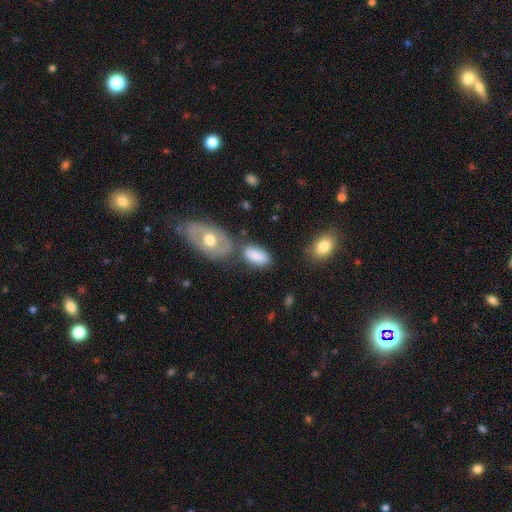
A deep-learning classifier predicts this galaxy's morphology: Smooth or featured? Predicted: smooth (p=0.80). How rounded? Predicted: in between (p=0.92). Merging? Predicted: none (p=0.58).